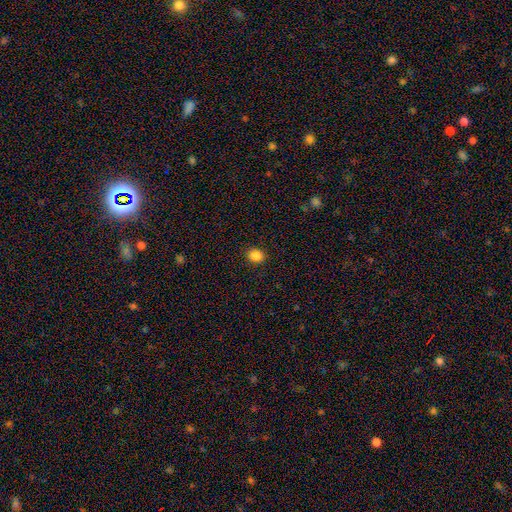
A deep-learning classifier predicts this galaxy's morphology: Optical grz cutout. It shows a smooth galaxy with no disk features (86%) that is round (69%). Merging: none (91%).